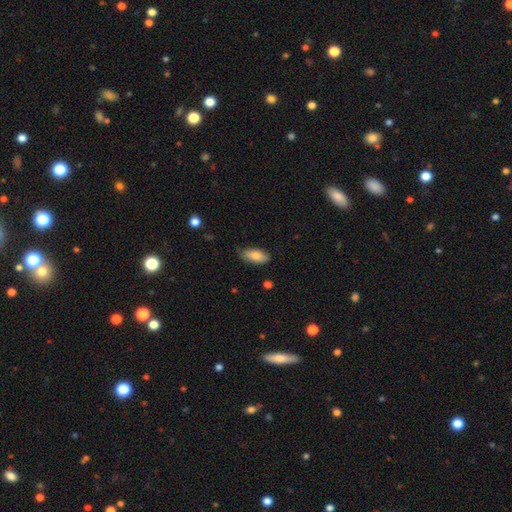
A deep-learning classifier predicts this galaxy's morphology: Smooth or featured? Predicted: smooth (p=0.81). How rounded? Predicted: in between (p=0.89). Merging? Predicted: none (p=0.77).